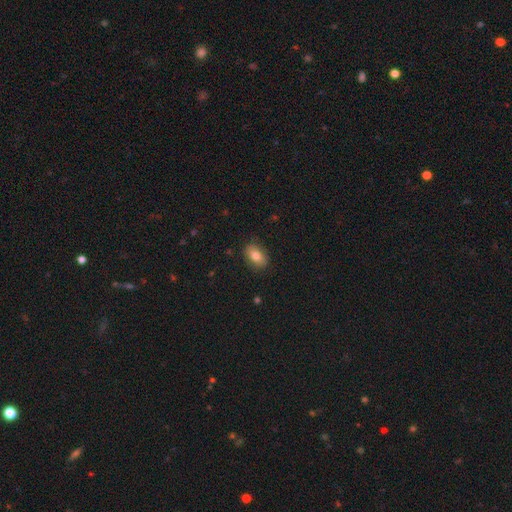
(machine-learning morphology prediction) smooth 77%, featured or disk 15%, star or artifact 8%. Down the decision tree: how rounded — in between (86%); merging — none (85%).